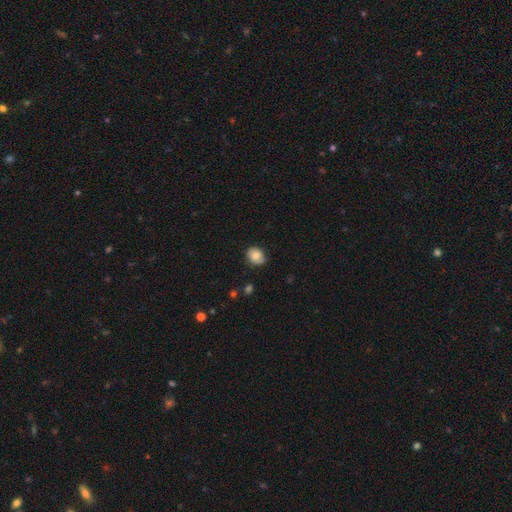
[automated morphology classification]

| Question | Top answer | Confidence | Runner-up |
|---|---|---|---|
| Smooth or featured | smooth | 75% | featured or disk (17%) |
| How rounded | round | 57% | in between (42%) |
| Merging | none | 74% | minor disturbance (21%) |